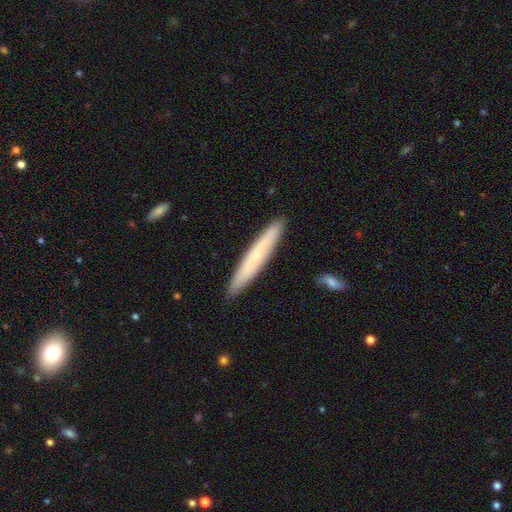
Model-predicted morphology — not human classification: A smooth galaxy with no disk features (64%) that is cigar-shaped (95%). Merging: none (90%).